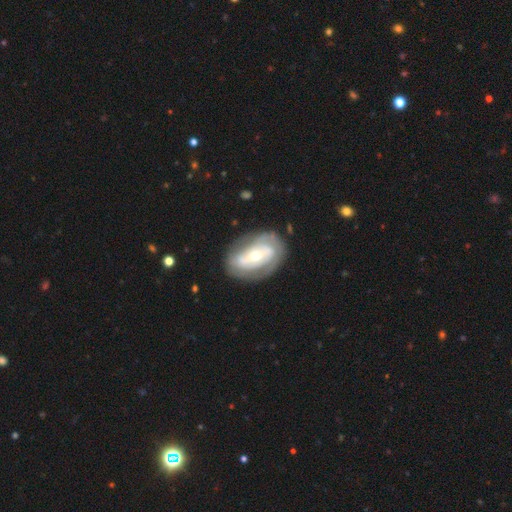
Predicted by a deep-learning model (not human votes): This is likely a featured or disk galaxy (74%). It is clearly not viewed edge-on (95%). Bar: marginally no (44%). Spiral arm pattern: likely yes (74%). Spiral arm count: possibly 2 (51%). Spiral winding: possibly tight (58%). Central bulge: possibly small (47%, tied with moderate). Merging: likely none (75%).